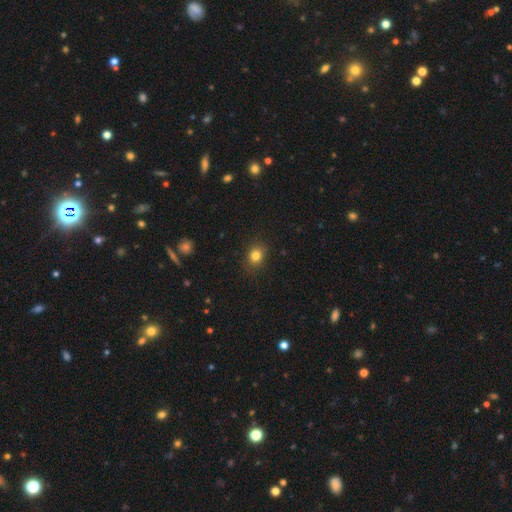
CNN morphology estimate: The model was most divided on "how rounded": round: 65%, in between: 35%, cigar-shaped: 1%. More confident: merging — none (83%); smooth or featured — smooth (81%).